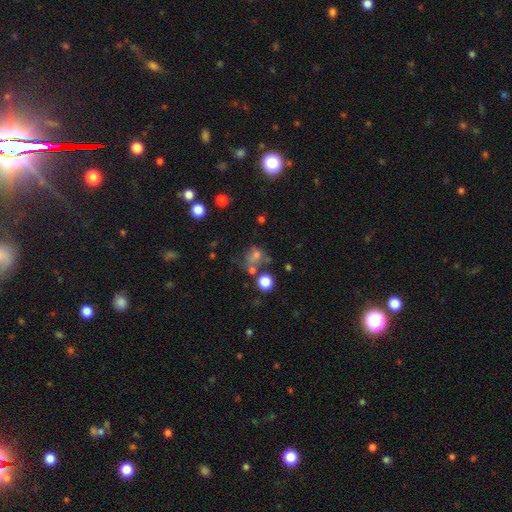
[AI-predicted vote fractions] smooth-or-featured: smooth: 64% | star or artifact: 21% | featured or disk: 15%
  how-rounded: round: 68% | in between: 30% | cigar-shaped: 1%
  merging: none: 48% | merger: 21% | minor disturbance: 18% | major disturbance: 13%